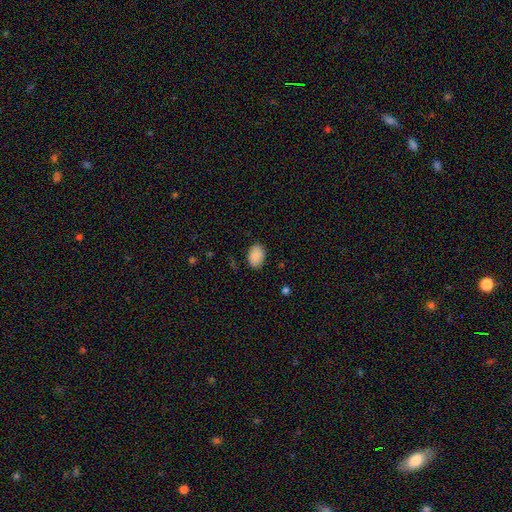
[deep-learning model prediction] A smooth galaxy with no disk features (89%) that is in between round and cigar-shaped (81%). Merging: none (82%).